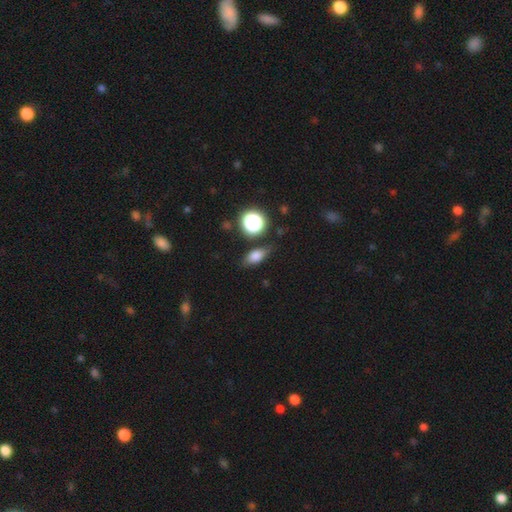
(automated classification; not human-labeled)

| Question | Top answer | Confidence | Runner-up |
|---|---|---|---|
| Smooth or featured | smooth | 72% | featured or disk (14%) |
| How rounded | in between | 70% | round (17%) |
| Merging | none | 74% | minor disturbance (18%) |